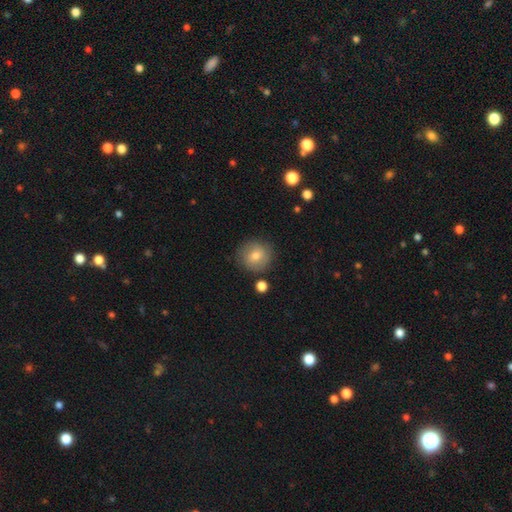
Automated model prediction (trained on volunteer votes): smooth 73%, featured or disk 17%, star or artifact 10%. Down the decision tree: how rounded — round (90%); merging — none (84%).